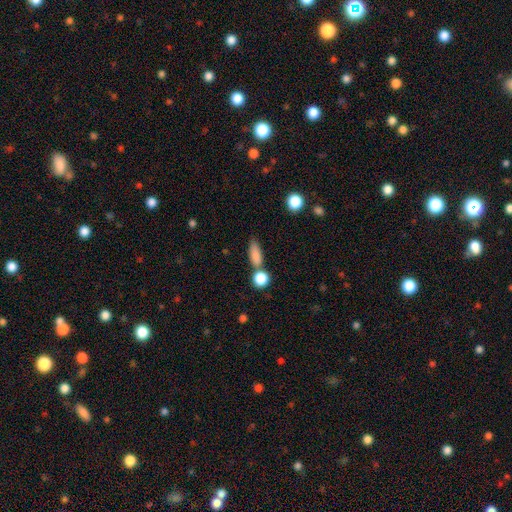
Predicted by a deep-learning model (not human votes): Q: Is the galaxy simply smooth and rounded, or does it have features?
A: smooth — 83%.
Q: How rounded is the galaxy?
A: in between — 59%.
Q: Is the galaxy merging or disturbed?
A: none — 59%.